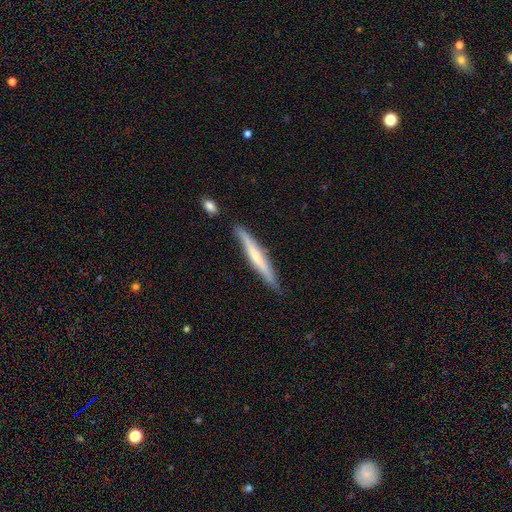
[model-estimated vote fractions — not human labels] Smooth or featured: featured or disk — 50% (smooth — 44%)
Edge-on disk: yes — 95% (no — 5%)
Merging: none — 83% (minor disturbance — 12%)